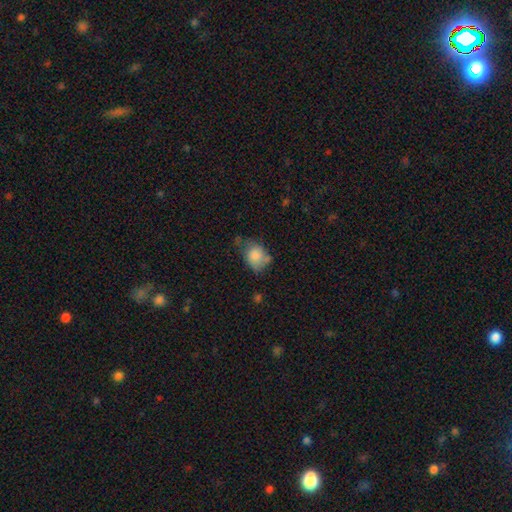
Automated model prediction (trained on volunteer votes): A smooth galaxy with no disk features (79%) that is in between round and cigar-shaped (59%).

Vote fractions:
- Smooth or featured? smooth: 79% / featured or disk: 13% / star or artifact: 8%
- How rounded? in between: 59% / round: 40% / cigar-shaped: 1%
- Merging? none: 38% / minor disturbance: 37% / major disturbance: 16% / merger: 9%